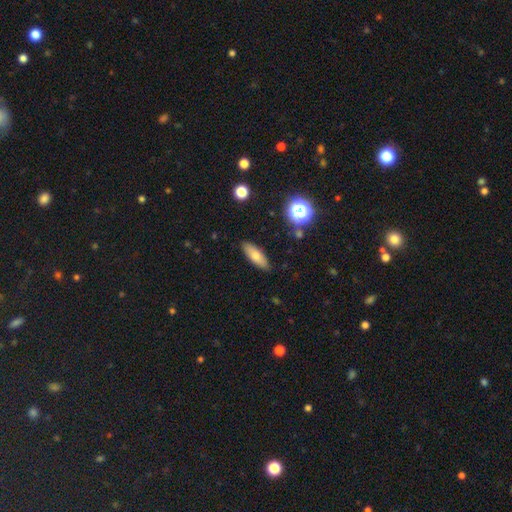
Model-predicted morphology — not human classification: Smooth or featured?
  - smooth: 71% *
  - featured or disk: 21%
  - star or artifact: 8%
How rounded?
  - in between: 58% *
  - cigar-shaped: 39%
  - round: 3%
Merging?
  - none: 88% *
  - minor disturbance: 9%
  - major disturbance: 2%
  - merger: 1%